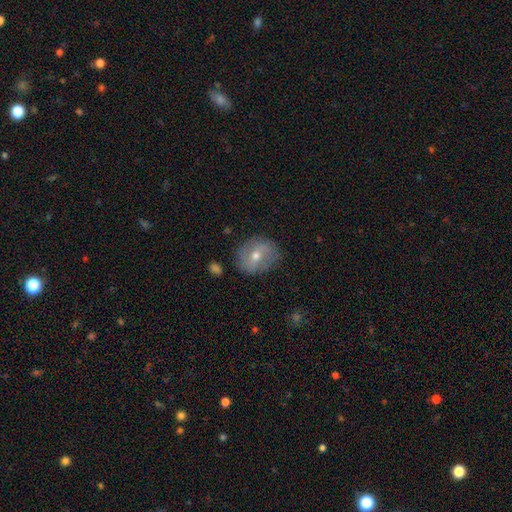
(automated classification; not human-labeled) A featured or disk galaxy (48%).

Vote fractions:
- Smooth or featured? featured or disk: 48% / smooth: 42% / star or artifact: 10%
- Merging? none: 78% / minor disturbance: 16% / major disturbance: 5% / merger: 2%